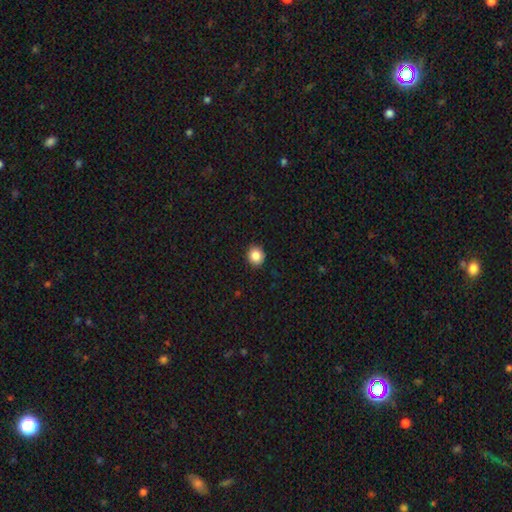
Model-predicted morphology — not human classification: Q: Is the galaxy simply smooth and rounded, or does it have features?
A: smooth — 86%.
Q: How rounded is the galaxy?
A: round — 85%.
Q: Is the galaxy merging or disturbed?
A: none — 91%.